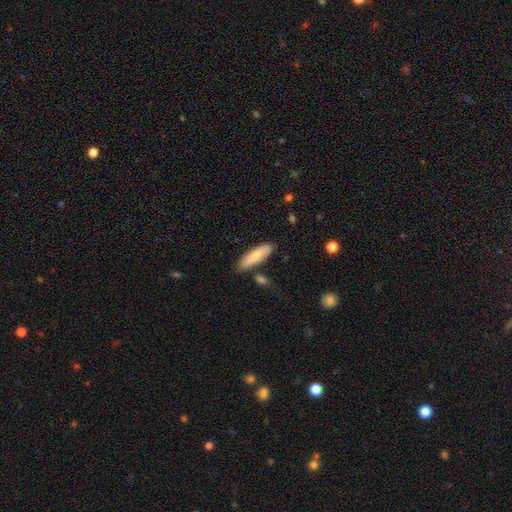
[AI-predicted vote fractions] Overall: smooth (76%). How rounded: cigar-shaped (55%; in between 43%). Merging: none (74%).